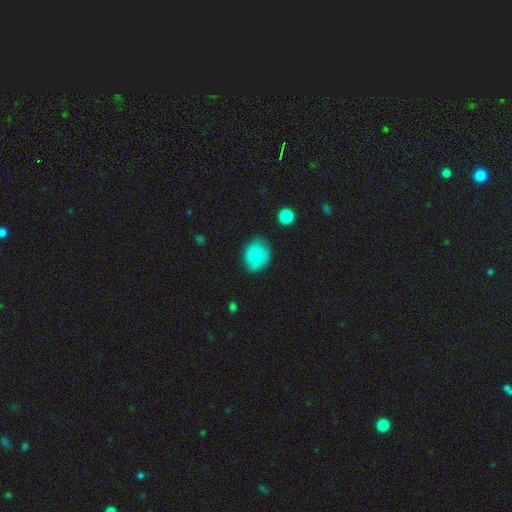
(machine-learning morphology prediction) Overall: smooth (80%). How rounded: round (58%; in between 41%). Merging: none (63%; minor disturbance 29%).